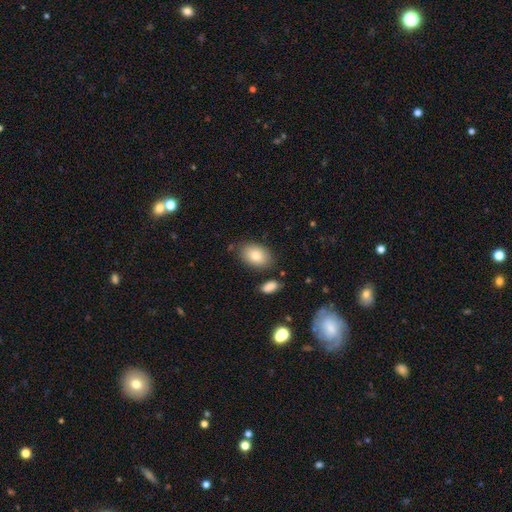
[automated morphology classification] smooth-or-featured: smooth: 83% | featured or disk: 10% | star or artifact: 8%
  how-rounded: in between: 86% | round: 13% | cigar-shaped: 1%
  merging: none: 80% | minor disturbance: 13% | merger: 4% | major disturbance: 3%